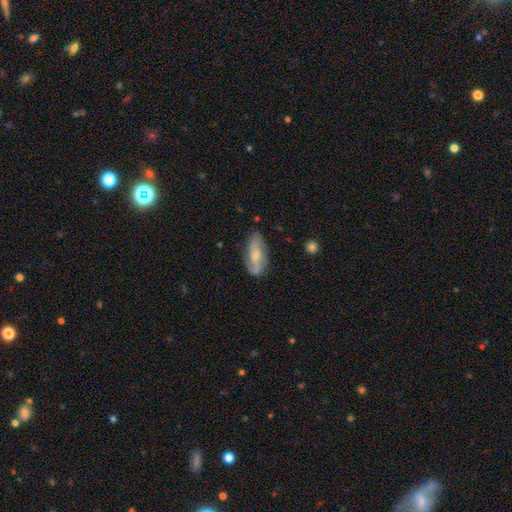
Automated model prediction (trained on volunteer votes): Morphology: type=featured or disk (62%); edge-on=no (90%); bar=no (58%); spiral arms=yes (87%); bulge=small (48%); merging=none (72%).